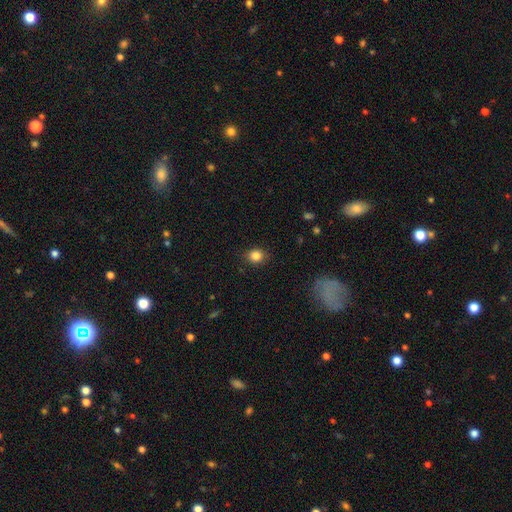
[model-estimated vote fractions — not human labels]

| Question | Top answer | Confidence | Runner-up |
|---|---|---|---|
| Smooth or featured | smooth | 84% | star or artifact (11%) |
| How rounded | round | 67% | in between (32%) |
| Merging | none | 86% | minor disturbance (10%) |